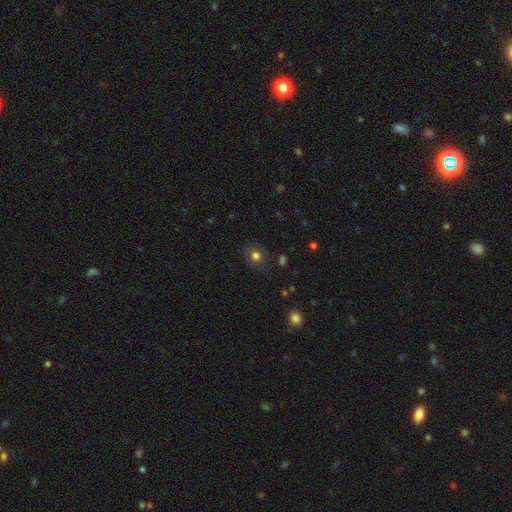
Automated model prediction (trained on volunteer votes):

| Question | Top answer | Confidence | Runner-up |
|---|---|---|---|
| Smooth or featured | smooth | 75% | star or artifact (16%) |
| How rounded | round | 76% | in between (23%) |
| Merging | none | 82% | minor disturbance (12%) |